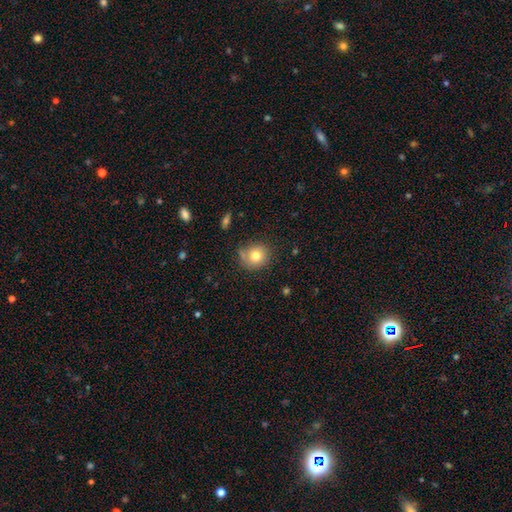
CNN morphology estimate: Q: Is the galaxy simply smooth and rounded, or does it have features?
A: smooth — 77%.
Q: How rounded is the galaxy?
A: round — 84%.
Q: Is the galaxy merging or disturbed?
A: none — 72%.